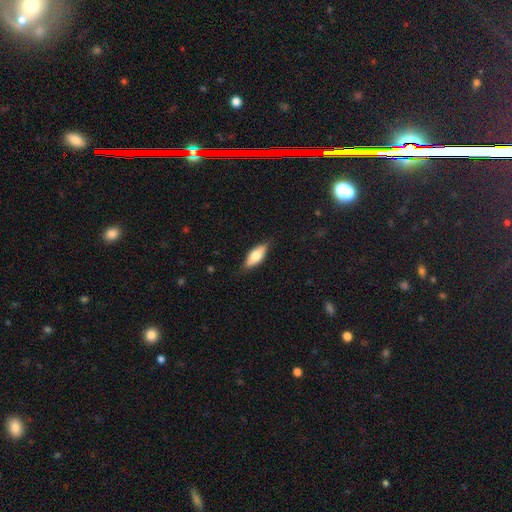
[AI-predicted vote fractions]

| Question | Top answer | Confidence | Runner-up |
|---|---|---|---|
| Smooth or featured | smooth | 66% | featured or disk (28%) |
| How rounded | in between | 76% | cigar-shaped (21%) |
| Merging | none | 82% | minor disturbance (14%) |